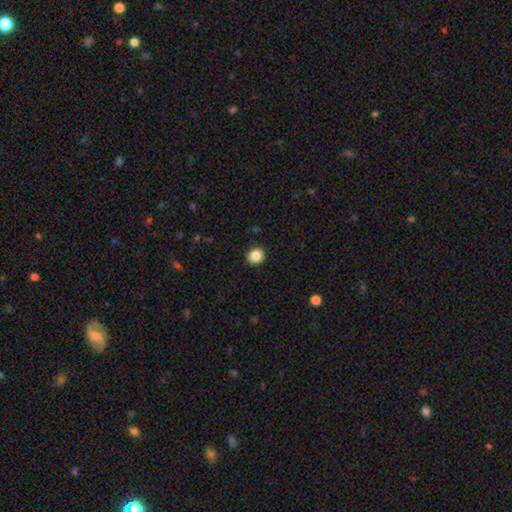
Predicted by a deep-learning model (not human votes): Q: Smooth or featured?
A: smooth (86%); runner-up: star or artifact (10%)
Q: How rounded?
A: round (87%); runner-up: in between (13%)
Q: Merging?
A: none (92%); runner-up: minor disturbance (6%)